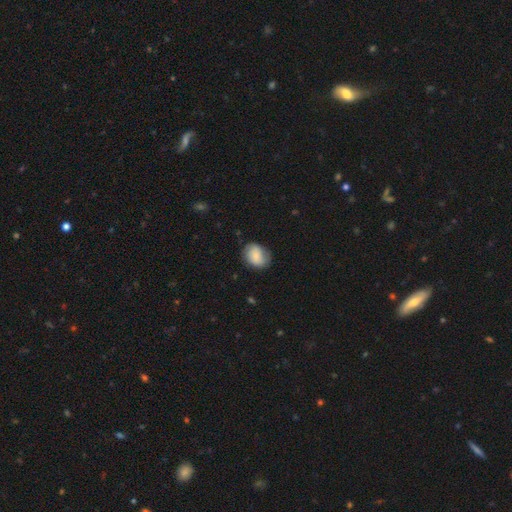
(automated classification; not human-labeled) This is likely a smooth galaxy (76%). How rounded: possibly in between (59%). Merging: likely none (69%).